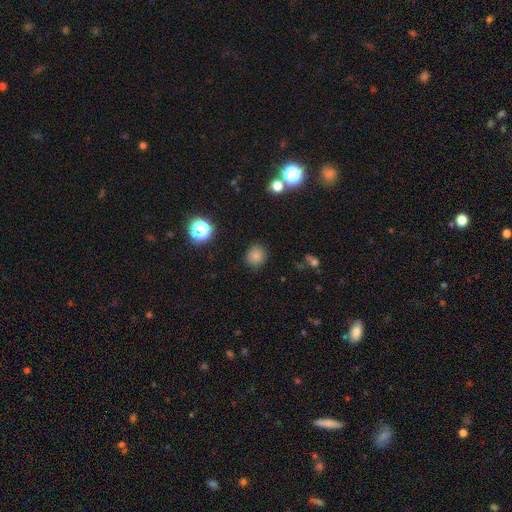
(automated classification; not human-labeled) smooth_or_featured: smooth (p=0.81) [alt: star or artifact p=0.14]
how_rounded: round (p=0.83) [alt: in between p=0.16]
merging: none (p=0.87) [alt: minor disturbance p=0.09]